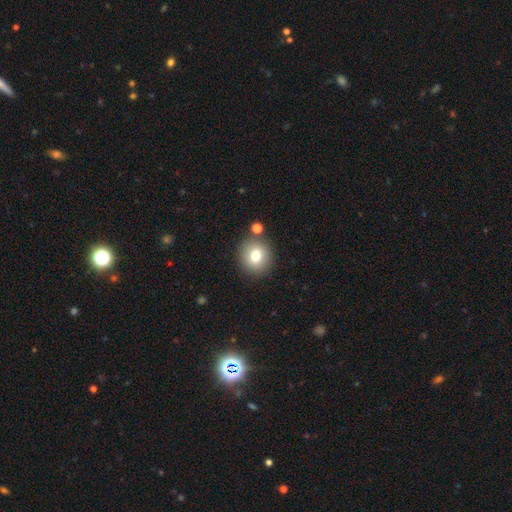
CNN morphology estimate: smooth 77%, featured or disk 12%, star or artifact 11%. Down the decision tree: how rounded — round (86%); merging — none (82%).